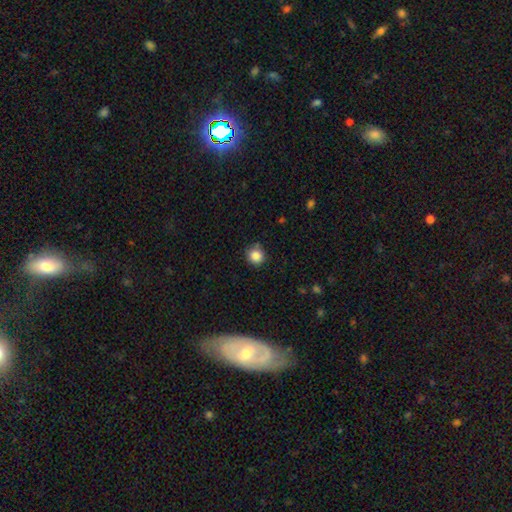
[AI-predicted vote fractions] Q: Smooth or featured?
A: smooth (86%); runner-up: star or artifact (10%)
Q: How rounded?
A: round (90%); runner-up: in between (9%)
Q: Merging?
A: none (80%); runner-up: minor disturbance (15%)